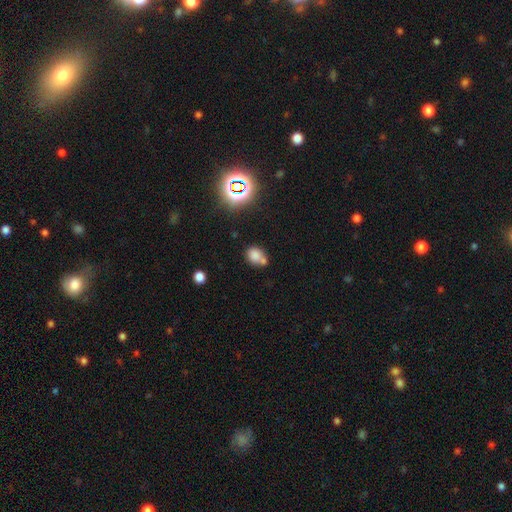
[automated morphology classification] Smooth or featured? smooth (74%)
How rounded? round (57%)
Merging? none (47%)